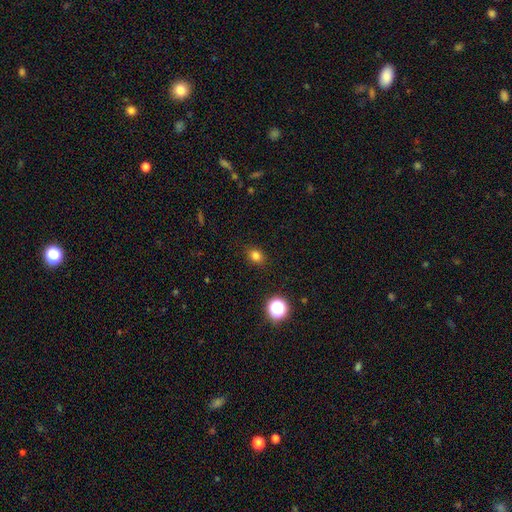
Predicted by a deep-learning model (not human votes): Morphology: type=smooth (80%); roundness=round (56%); merging=none (87%).